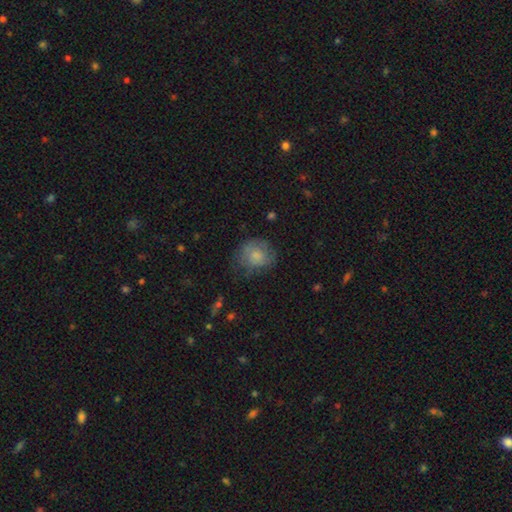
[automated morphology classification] smooth-or-featured: smooth: 70% | featured or disk: 22% | star or artifact: 9%
  how-rounded: round: 76% | in between: 23% | cigar-shaped: 1%
  merging: none: 57% | minor disturbance: 27% | major disturbance: 14% | merger: 2%